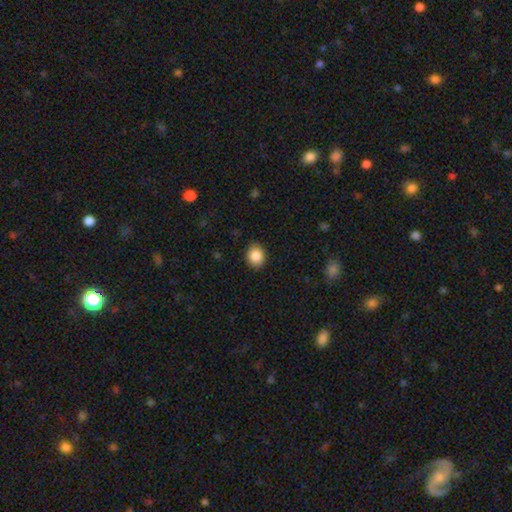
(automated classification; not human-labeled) Morphology: type=smooth (87%); roundness=round (64%); merging=none (89%).